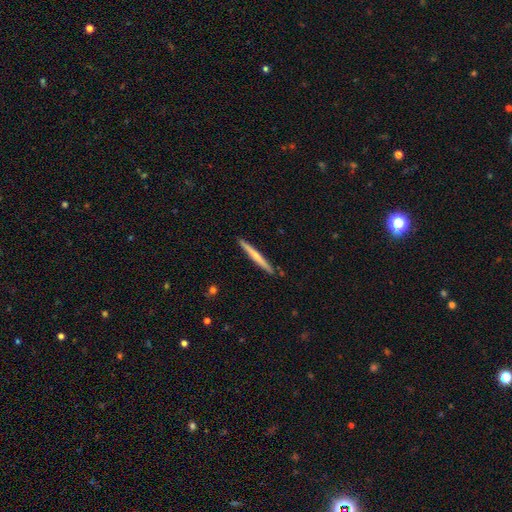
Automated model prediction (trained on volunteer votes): featured or disk 49%, smooth 46%, star or artifact 5%. Down the decision tree: merging — none (91%).